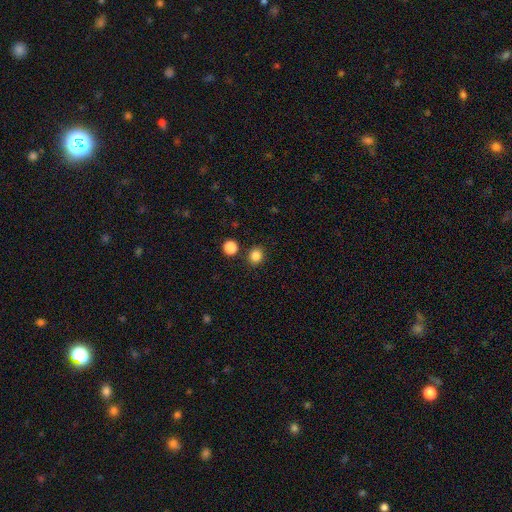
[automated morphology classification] A smooth galaxy with no disk features (85%) that is round (77%). Merging: none (84%).